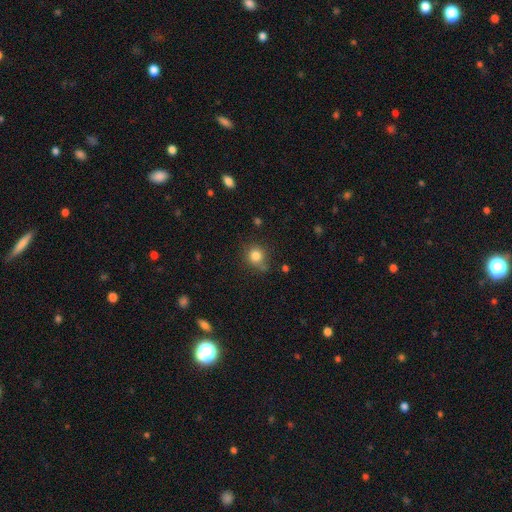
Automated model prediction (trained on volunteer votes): A smooth galaxy with no disk features (81%) that is round (85%). Merging: none (73%).